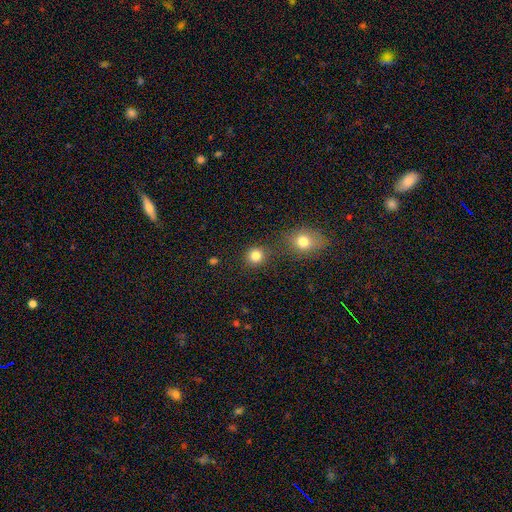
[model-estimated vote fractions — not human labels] Smooth or featured? smooth (82%)
How rounded? round (88%)
Merging? none (79%)